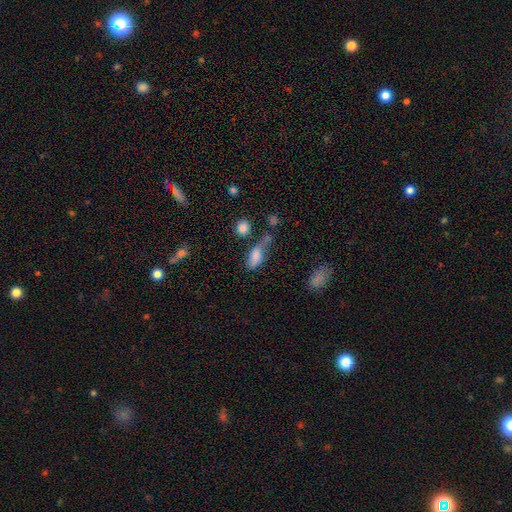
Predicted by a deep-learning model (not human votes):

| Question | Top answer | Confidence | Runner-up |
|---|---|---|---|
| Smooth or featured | smooth | 72% | featured or disk (18%) |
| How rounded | in between | 80% | cigar-shaped (13%) |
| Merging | none | 34% | minor disturbance (28%) |